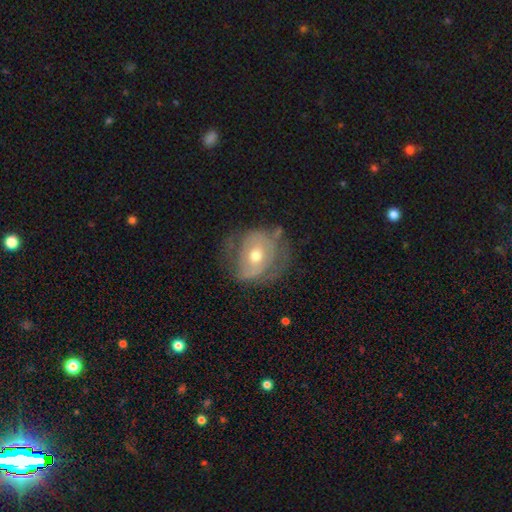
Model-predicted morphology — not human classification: smooth_or_featured: featured or disk (p=0.66) [alt: smooth p=0.28]
disk_edge_on: no (p=0.96) [alt: yes p=0.04]
bar: no (p=0.62) [alt: weak p=0.29]
has_spiral_arms: yes (p=0.63) [alt: no p=0.37]
bulge_size: moderate (p=0.71) [alt: small p=0.22]
merging: none (p=0.53) [alt: minor disturbance p=0.27]